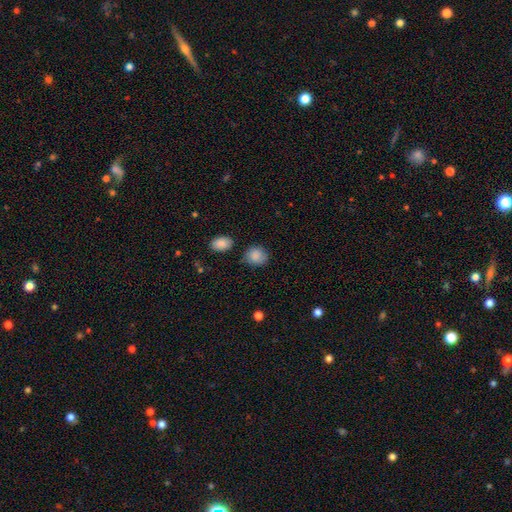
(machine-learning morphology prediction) smooth-or-featured: smooth: 87% | star or artifact: 8% | featured or disk: 5%
  how-rounded: round: 69% | in between: 30% | cigar-shaped: 1%
  merging: none: 74% | minor disturbance: 18% | major disturbance: 4% | merger: 4%